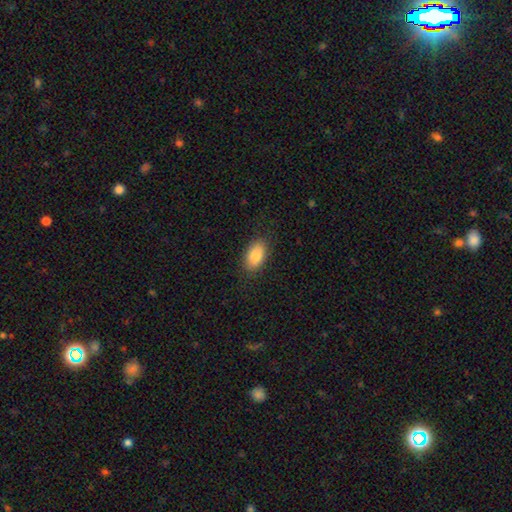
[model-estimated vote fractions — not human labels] Smooth or featured: smooth — 86% (star or artifact — 7%)
How rounded: in between — 92% (round — 5%)
Merging: none — 85% (minor disturbance — 11%)